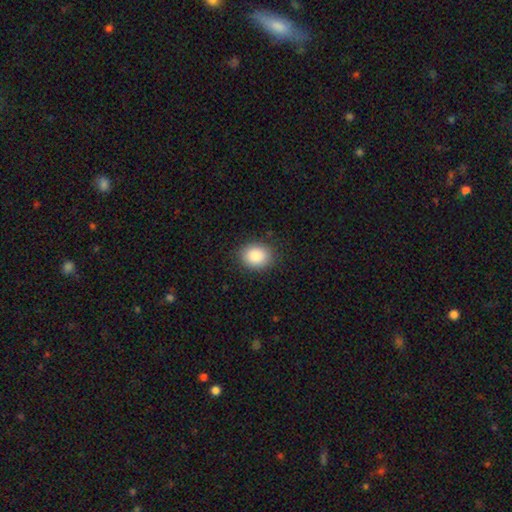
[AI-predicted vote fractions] The model was most divided on "how rounded": in between: 54%, round: 45%, cigar-shaped: 1%. More confident: merging — none (88%); smooth or featured — smooth (87%).